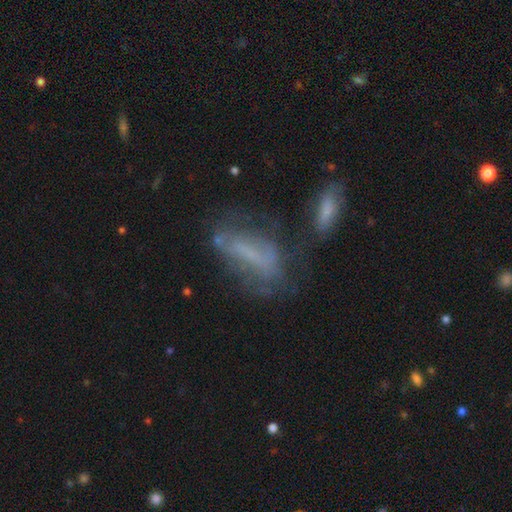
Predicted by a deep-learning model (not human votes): A featured or disk galaxy (45%). Merging: none (42%).